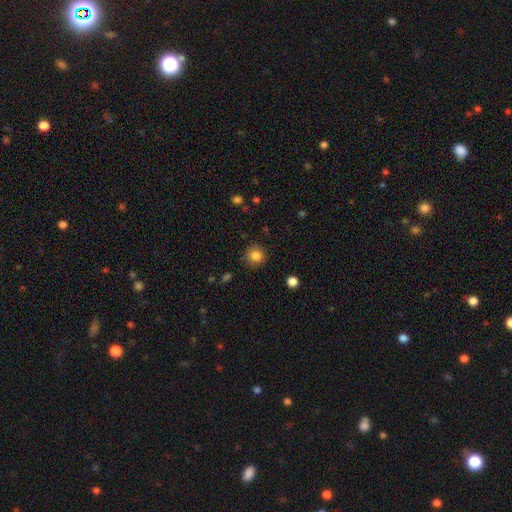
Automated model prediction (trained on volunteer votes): Morphology: type=smooth (85%); roundness=round (89%); merging=none (88%).